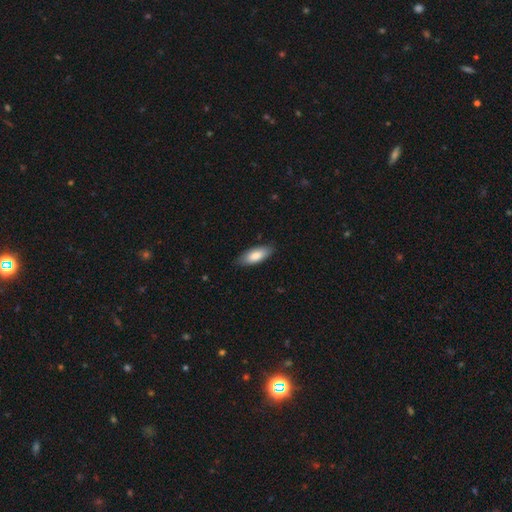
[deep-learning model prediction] Morphology: type=smooth (82%); roundness=in between (78%); merging=none (85%).